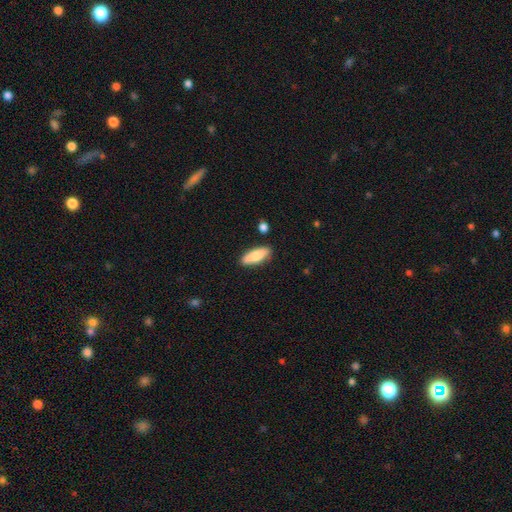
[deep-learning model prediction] Smooth or featured? Predicted: smooth (p=0.79). How rounded? Predicted: in between (p=0.63). Merging? Predicted: none (p=0.84).